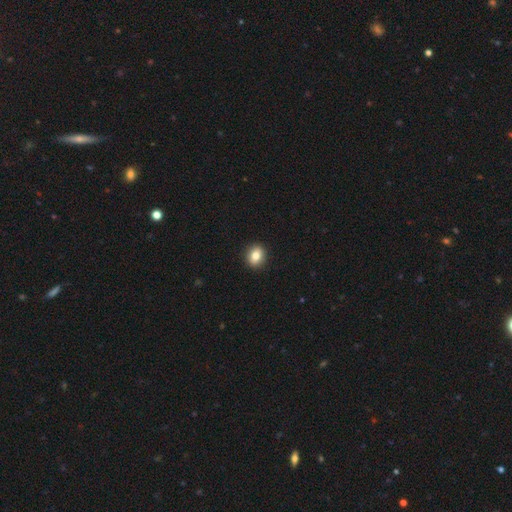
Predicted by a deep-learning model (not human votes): Q: Smooth or featured?
A: smooth (82%); runner-up: featured or disk (9%)
Q: How rounded?
A: round (66%); runner-up: in between (33%)
Q: Merging?
A: none (92%); runner-up: minor disturbance (6%)